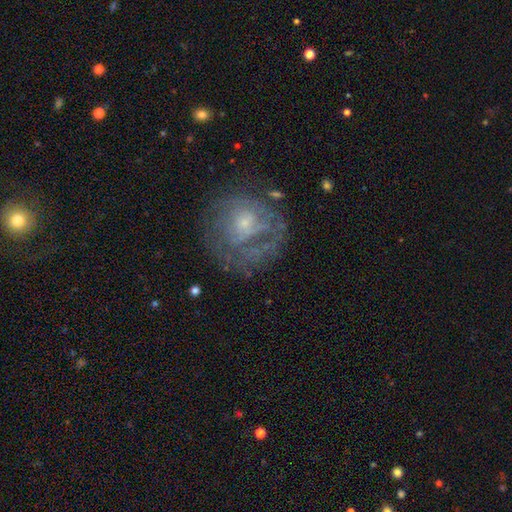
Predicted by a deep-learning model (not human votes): A featured or disk galaxy (58%) with no bar (75%), spiral arms (64%) and a small central bulge (49%).

Vote fractions:
- Smooth or featured? featured or disk: 58% / smooth: 24% / star or artifact: 18%
- Edge-on disk? no: 96% / yes: 4%
- Bar? no: 75% / weak: 21% / strong: 4%
- Spiral arms? yes: 64% / no: 36%
- Bulge size? small: 49% / moderate: 39% / none: 6% / large: 4% / dominant: 2%
- Merging? none: 69% / minor disturbance: 16% / major disturbance: 13% / merger: 2%